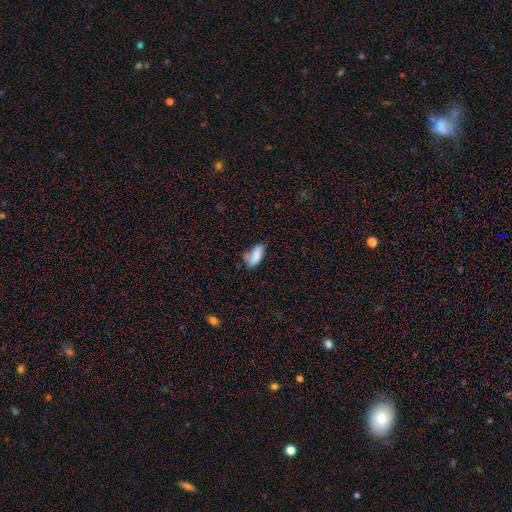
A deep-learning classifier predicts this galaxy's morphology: The model was most divided on "merging": none: 49%, minor disturbance: 33%, major disturbance: 11%, merger: 7%. More confident: smooth or featured — smooth (82%); how rounded — in between (82%).